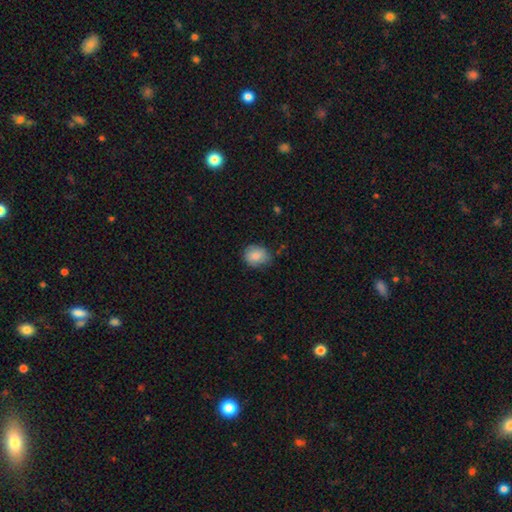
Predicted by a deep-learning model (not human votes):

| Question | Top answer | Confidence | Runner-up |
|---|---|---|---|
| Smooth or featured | smooth | 86% | star or artifact (7%) |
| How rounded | round | 53% | in between (46%) |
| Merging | none | 69% | minor disturbance (25%) |